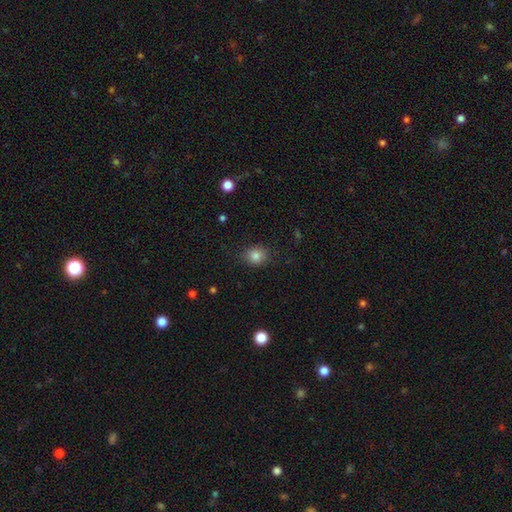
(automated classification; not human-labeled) Smooth or featured: smooth — 83% (star or artifact — 11%)
How rounded: round — 69% (in between — 30%)
Merging: none — 85% (minor disturbance — 11%)